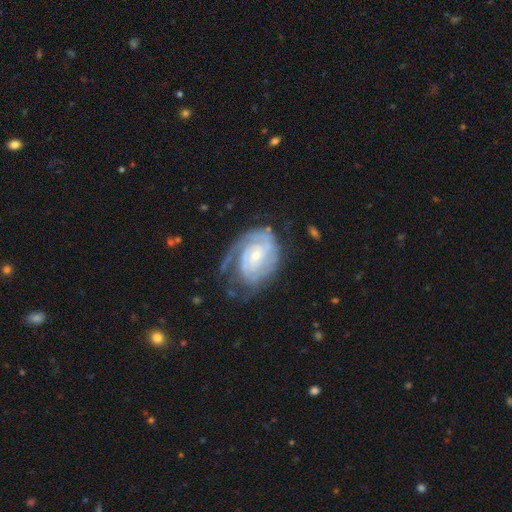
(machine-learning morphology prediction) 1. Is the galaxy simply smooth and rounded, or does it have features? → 88% featured or disk, 7% smooth, 5% star or artifact.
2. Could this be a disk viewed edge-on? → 97% no, 3% yes.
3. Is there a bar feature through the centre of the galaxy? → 54% no, 36% weak, 10% strong.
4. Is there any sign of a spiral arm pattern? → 97% yes, 3% no.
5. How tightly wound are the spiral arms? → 70% tight, 25% medium, 5% loose.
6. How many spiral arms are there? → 36% 2, 25% can't tell, 20% 3, 8% 1, 6% 4, 4% more than 4.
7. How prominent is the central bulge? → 65% small, 31% moderate, 2% none, 2% large, 1% dominant.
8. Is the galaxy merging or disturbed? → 58% none, 24% minor disturbance, 17% major disturbance, 2% merger.